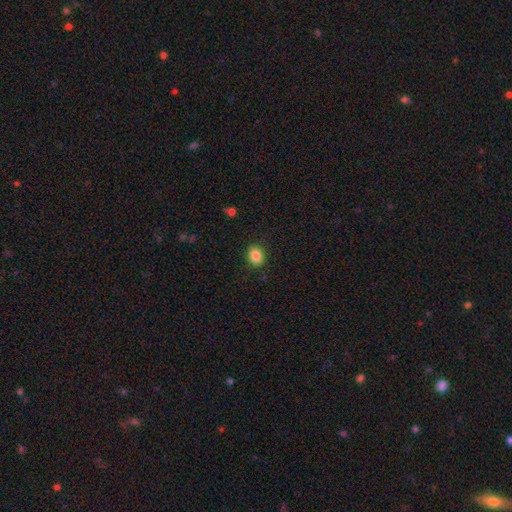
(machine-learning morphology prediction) smooth 87%, star or artifact 9%, featured or disk 4%. Down the decision tree: how rounded — in between (60%); merging — none (88%).